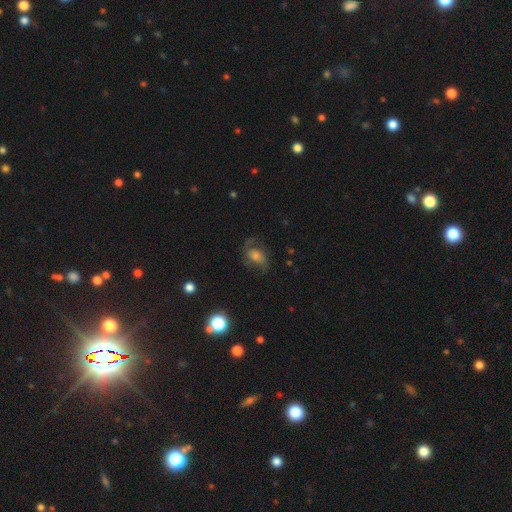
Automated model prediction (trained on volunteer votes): The model was most divided on "bulge size": moderate: 44%, small: 27%, large: 18%, none: 8%, dominant: 3%. More confident: edge-on disk — no (96%); spiral arms — yes (85%); bar — no (61%); merging — none (59%); smooth or featured — featured or disk (55%).